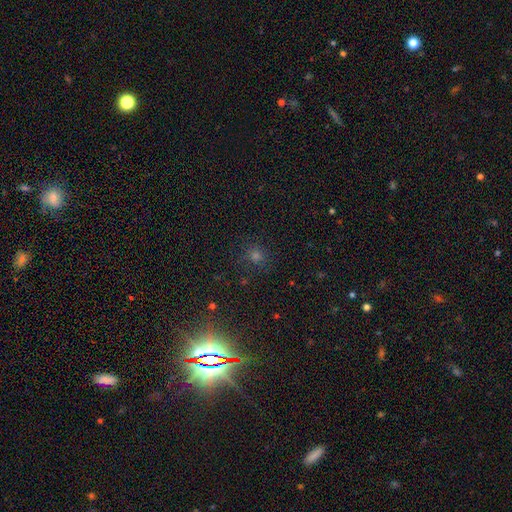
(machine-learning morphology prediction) The model was most divided on "smooth or featured": star or artifact: 48%, smooth: 44%, featured or disk: 7%.